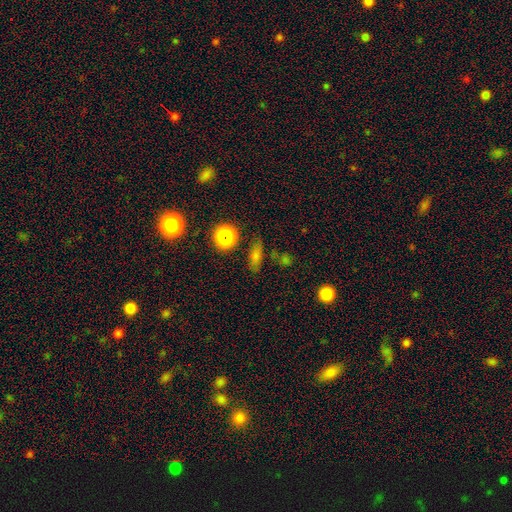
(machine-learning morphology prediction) smooth 52%, star or artifact 33%, featured or disk 15%. Down the decision tree: how rounded — in between (49%); merging — none (79%).